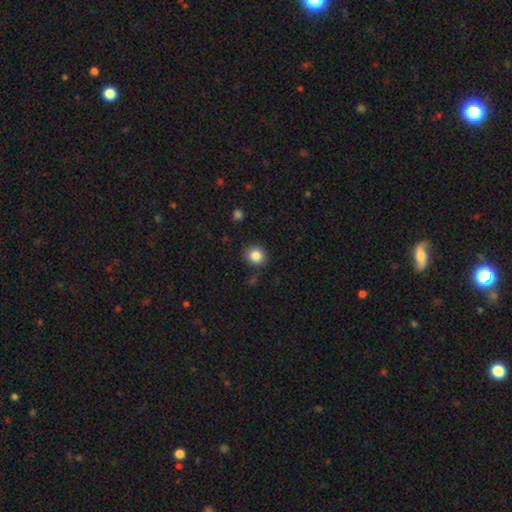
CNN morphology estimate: smooth_or_featured: smooth (p=0.85) [alt: star or artifact p=0.10]
how_rounded: round (p=0.89) [alt: in between p=0.10]
merging: none (p=0.87) [alt: minor disturbance p=0.08]